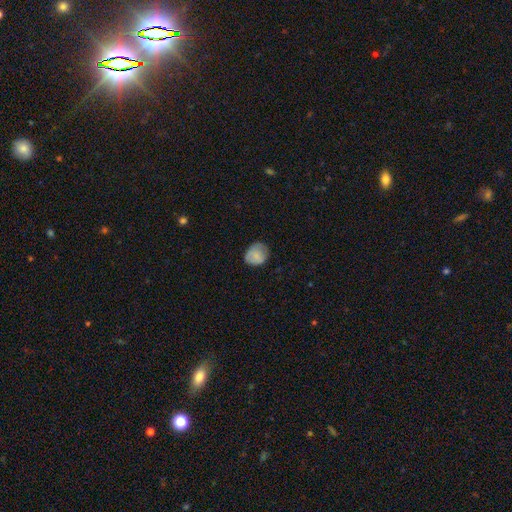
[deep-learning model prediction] This is clearly a smooth galaxy (82%). How rounded: likely round (69%). Merging: likely none (70%).